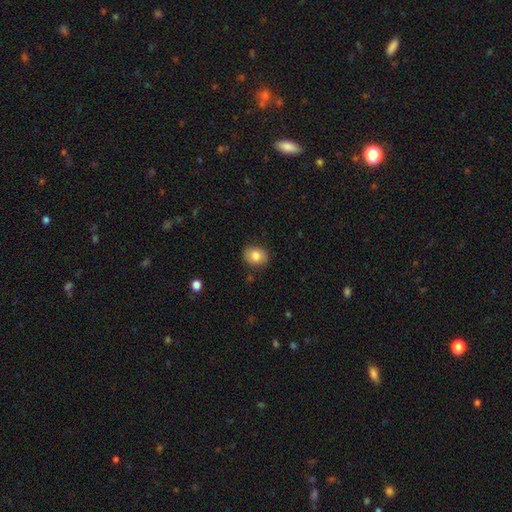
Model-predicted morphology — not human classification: type=smooth (83%); roundness=round (57%); merging=none (84%).